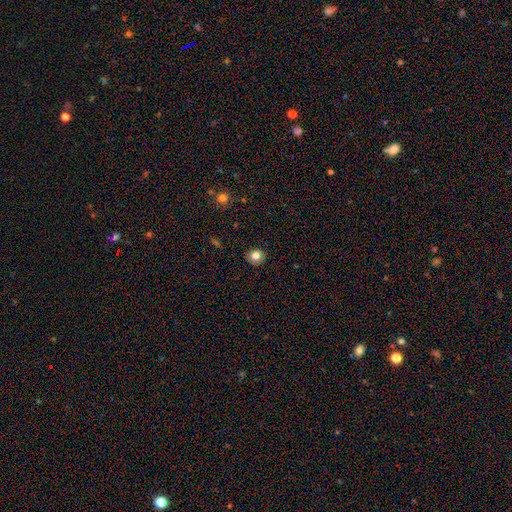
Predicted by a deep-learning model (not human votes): smooth-or-featured: smooth: 79% | star or artifact: 11% | featured or disk: 10%
  how-rounded: round: 82% | in between: 17% | cigar-shaped: 1%
  merging: none: 89% | minor disturbance: 8% | major disturbance: 2% | merger: 1%